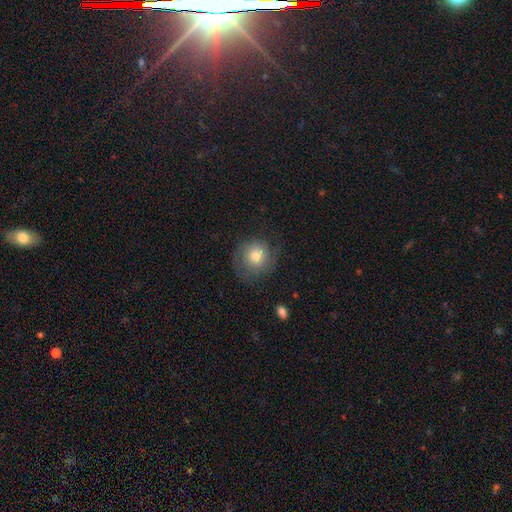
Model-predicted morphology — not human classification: Q: Smooth or featured?
A: smooth (54%); runner-up: featured or disk (37%)
Q: How rounded?
A: round (87%); runner-up: in between (12%)
Q: Merging?
A: none (67%); runner-up: minor disturbance (19%)